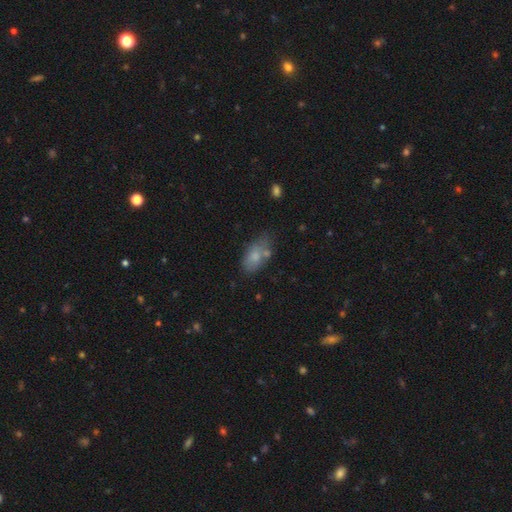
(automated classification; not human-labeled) A smooth galaxy with no disk features (75%) that is in between round and cigar-shaped (89%).

Vote fractions:
- Smooth or featured? smooth: 75% / featured or disk: 16% / star or artifact: 9%
- How rounded? in between: 89% / round: 6% / cigar-shaped: 5%
- Merging? none: 51% / minor disturbance: 26% / merger: 15% / major disturbance: 9%